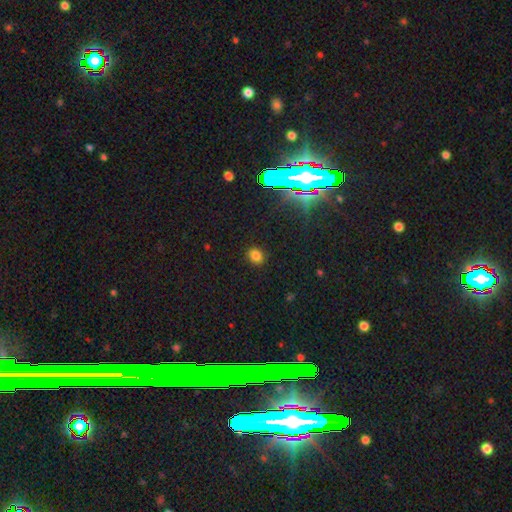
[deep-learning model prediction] Smooth or featured? Predicted: smooth (p=0.79). How rounded? Predicted: round (p=0.69). Merging? Predicted: none (p=0.88).